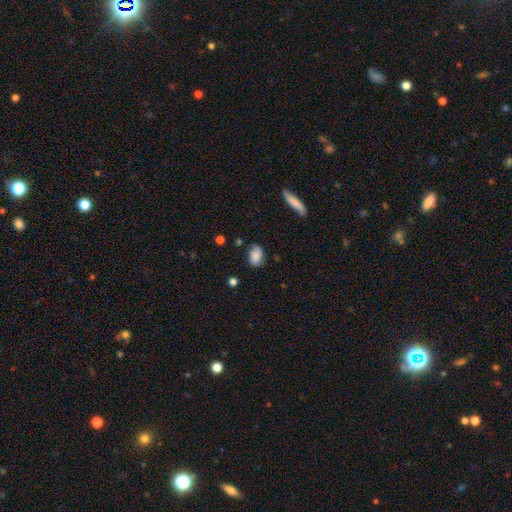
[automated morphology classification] The model was most divided on "merging": none: 67%, minor disturbance: 25%, major disturbance: 6%, merger: 2%. More confident: how rounded — in between (86%); smooth or featured — smooth (76%).